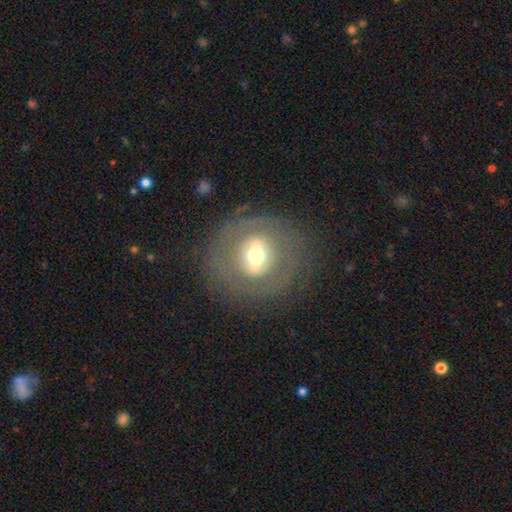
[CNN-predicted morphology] type=featured or disk (58%); edge-on=no (93%); bar=no (38%); spiral arms=no (73%); bulge=moderate (64%); merging=none (80%).